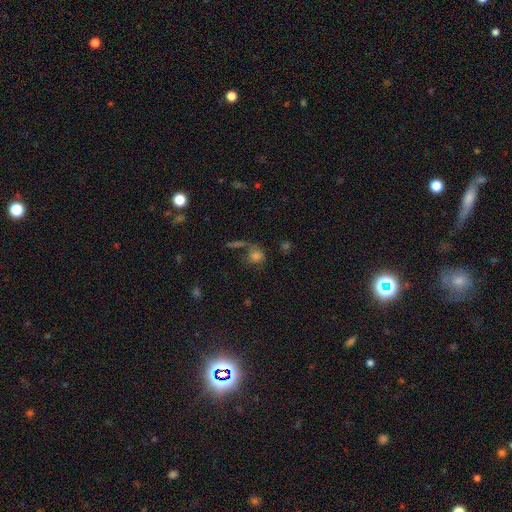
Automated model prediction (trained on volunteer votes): Q: Smooth or featured?
A: smooth (70%); runner-up: star or artifact (18%)
Q: How rounded?
A: round (73%); runner-up: in between (25%)
Q: Merging?
A: none (49%); runner-up: merger (21%)